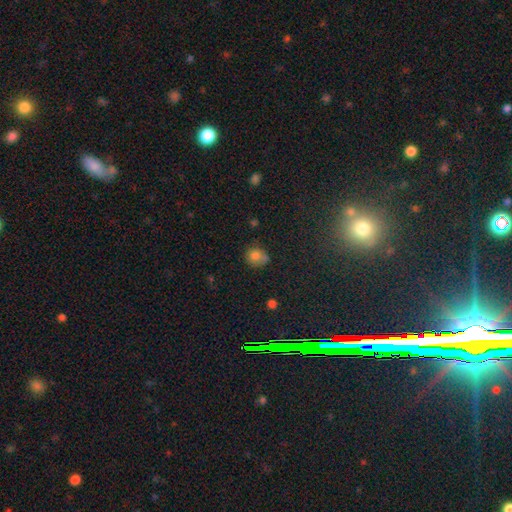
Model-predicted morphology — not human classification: This is likely a smooth galaxy (77%). How rounded: likely round (73%). Merging: possibly none (54%).